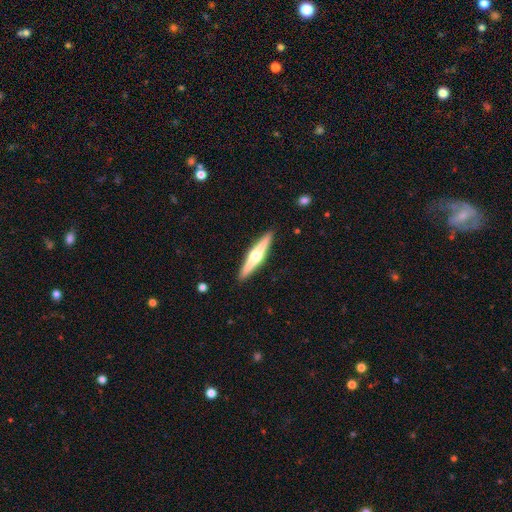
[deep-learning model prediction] Overall: featured or disk (73%). Edge-on disk: yes (98%). Edge-on bulge: rounded (95%). Merging: none (92%).